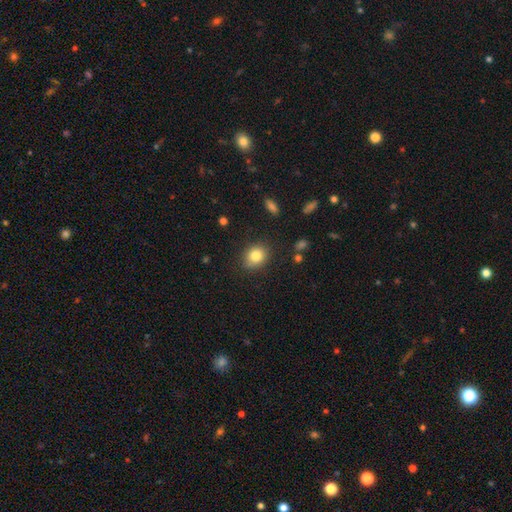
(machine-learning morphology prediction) Smooth or featured? smooth (82%)
How rounded? round (59%)
Merging? none (83%)